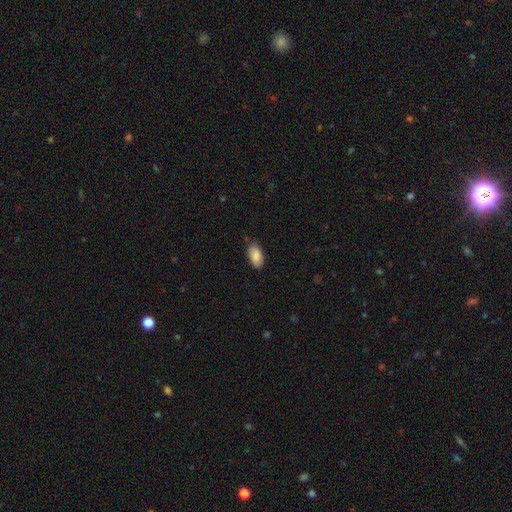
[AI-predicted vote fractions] Morphology: type=smooth (85%); roundness=in between (94%); merging=none (80%).